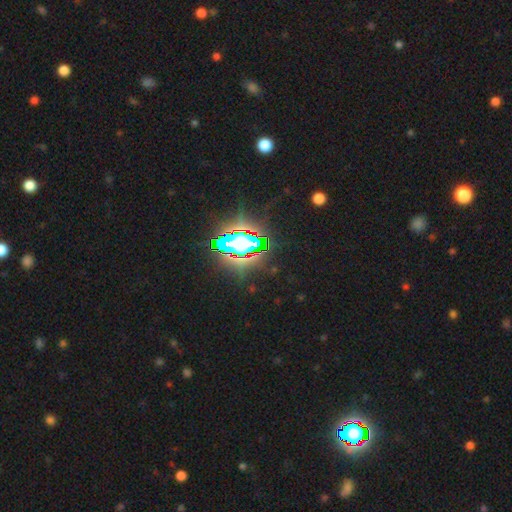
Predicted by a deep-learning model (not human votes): Morphology: type=star or artifact (78%).